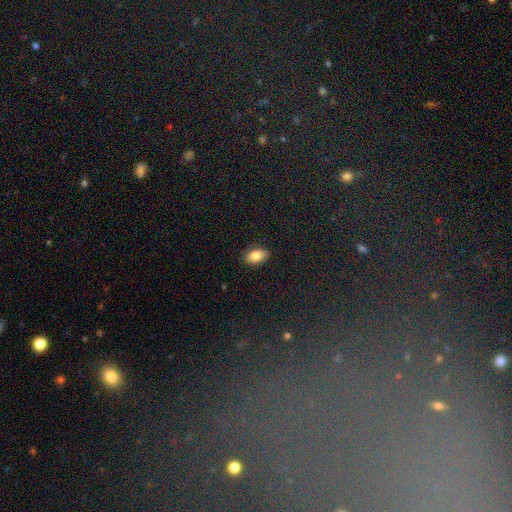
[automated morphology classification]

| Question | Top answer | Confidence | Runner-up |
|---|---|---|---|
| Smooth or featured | smooth | 82% | featured or disk (10%) |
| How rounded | in between | 92% | round (6%) |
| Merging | none | 86% | minor disturbance (10%) |